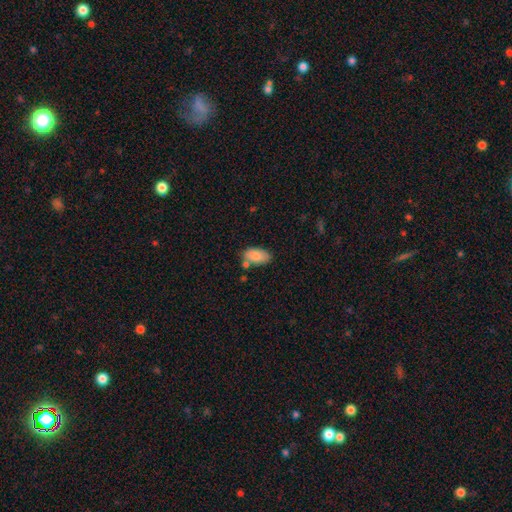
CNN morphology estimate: Smooth or featured: smooth — 85% (featured or disk — 8%)
How rounded: in between — 94% (round — 4%)
Merging: none — 65% (minor disturbance — 19%)